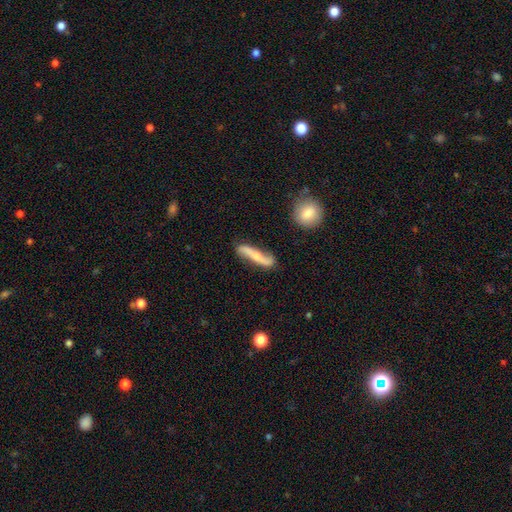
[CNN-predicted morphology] This is possibly a featured or disk galaxy (56%). It is likely not viewed edge-on (65%). Merging: likely none (74%).